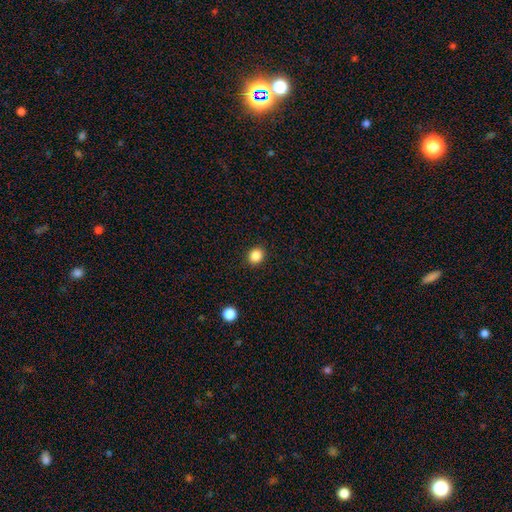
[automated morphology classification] type=smooth (86%); roundness=round (74%); merging=none (92%).